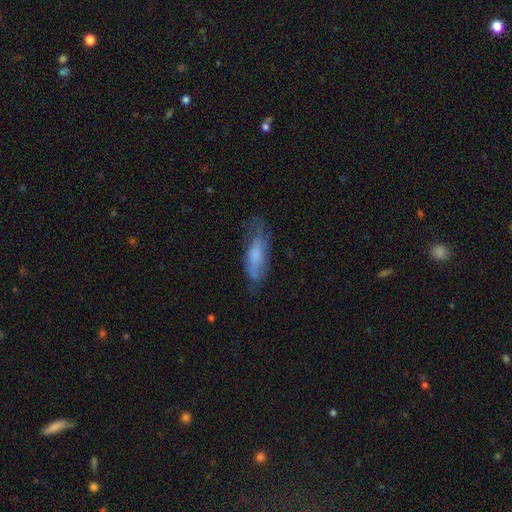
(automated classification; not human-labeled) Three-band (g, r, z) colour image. It shows a smooth galaxy with no disk features (57%) that is in between round and cigar-shaped (49%, tied with cigar-shaped). Merging: none (55%).